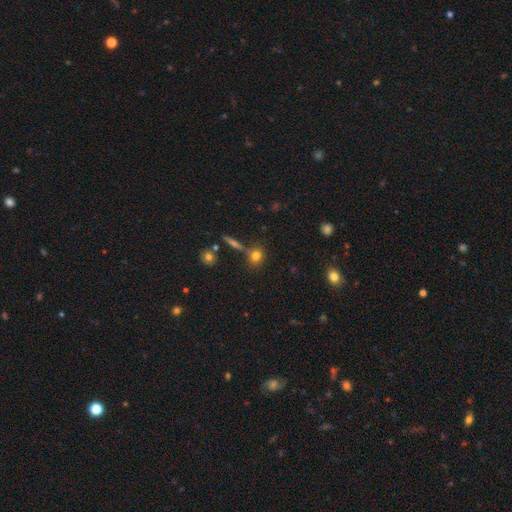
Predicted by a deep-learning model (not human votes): Smooth or featured? Predicted: smooth (p=0.76). How rounded? Predicted: round (p=0.70). Merging? Predicted: none (p=0.71).